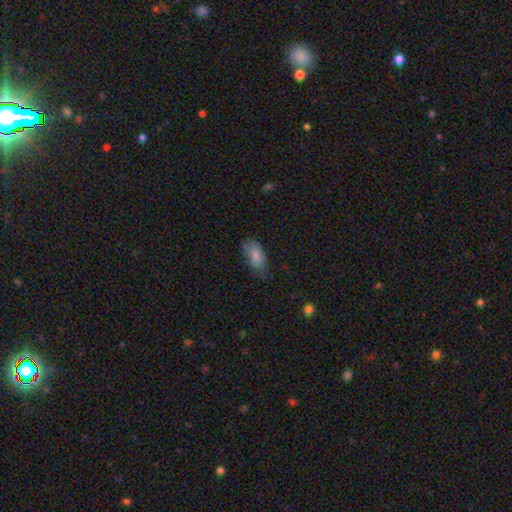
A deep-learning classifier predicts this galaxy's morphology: Smooth or featured?
  - smooth: 82% *
  - featured or disk: 11%
  - star or artifact: 7%
How rounded?
  - in between: 91% *
  - cigar-shaped: 6%
  - round: 3%
Merging?
  - none: 56% *
  - minor disturbance: 33%
  - major disturbance: 9%
  - merger: 2%